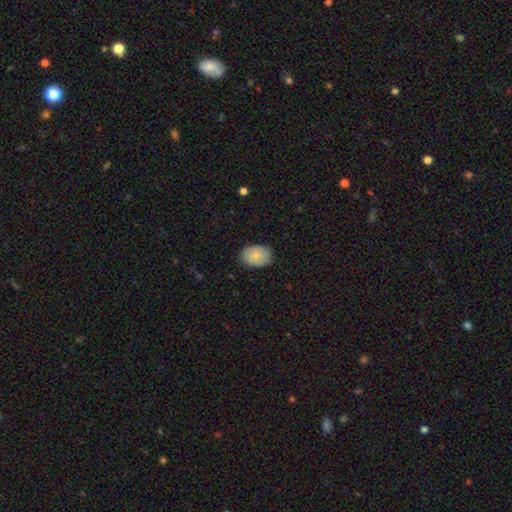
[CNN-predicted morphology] Overall: smooth (80%). How rounded: in between (75%). Merging: none (80%).